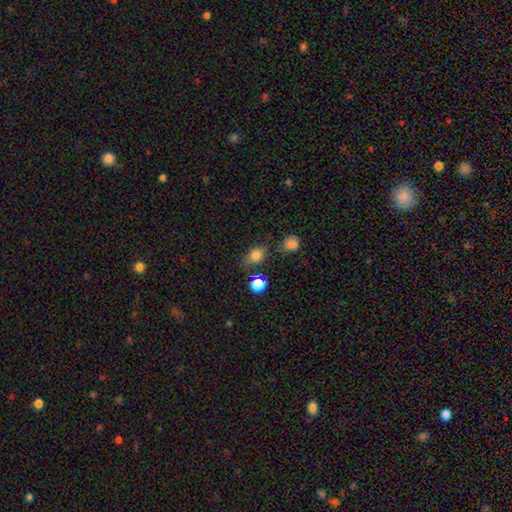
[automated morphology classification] A smooth galaxy with no disk features (76%) that is in between round and cigar-shaped (59%). Merging: none (63%).